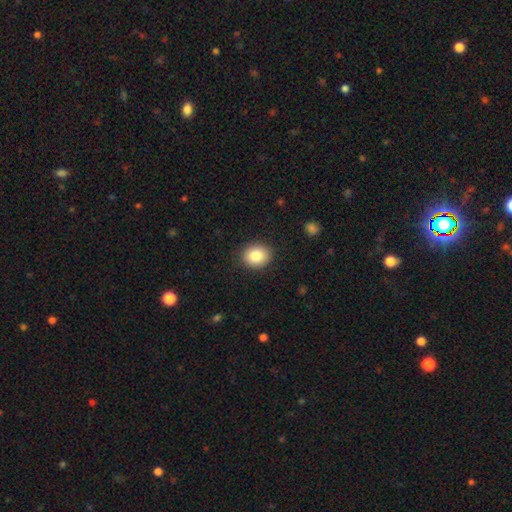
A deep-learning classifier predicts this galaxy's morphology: smooth-or-featured: smooth: 85% | star or artifact: 9% | featured or disk: 7%
  how-rounded: round: 64% | in between: 35% | cigar-shaped: 1%
  merging: none: 88% | minor disturbance: 9% | major disturbance: 2% | merger: 1%